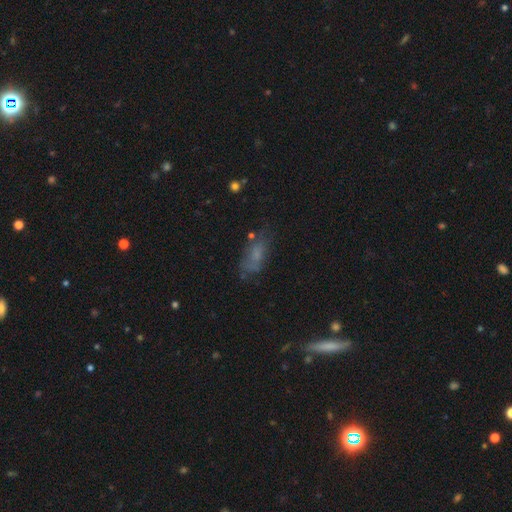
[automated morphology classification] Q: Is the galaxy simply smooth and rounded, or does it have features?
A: smooth — 58%.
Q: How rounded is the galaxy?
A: in between — 76%.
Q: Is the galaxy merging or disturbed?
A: none — 55%.